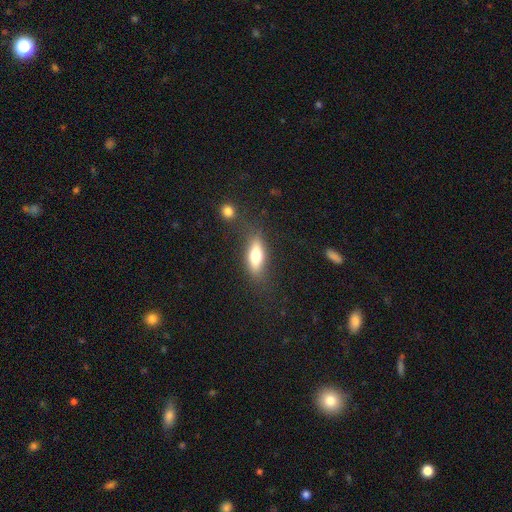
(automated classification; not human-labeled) A smooth galaxy with no disk features (67%) that is in between round and cigar-shaped (62%).

Vote fractions:
- Smooth or featured? smooth: 67% / featured or disk: 26% / star or artifact: 7%
- How rounded? in between: 62% / cigar-shaped: 34% / round: 3%
- Merging? none: 74% / minor disturbance: 16% / major disturbance: 6% / merger: 4%